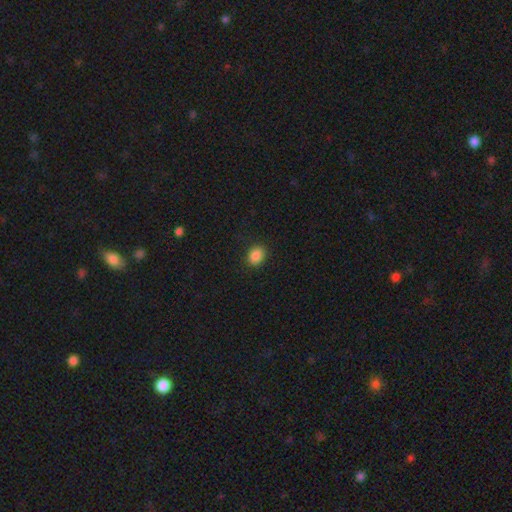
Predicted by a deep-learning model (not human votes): This is clearly a smooth galaxy (87%). How rounded: possibly in between (57%). Merging: clearly none (89%).